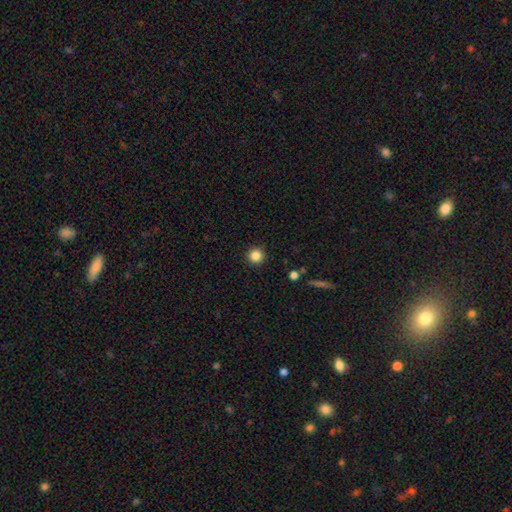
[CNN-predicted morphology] Smooth or featured?
  - smooth: 84% *
  - star or artifact: 11%
  - featured or disk: 4%
How rounded?
  - round: 96% *
  - in between: 3%
  - cigar-shaped: 1%
Merging?
  - none: 93% *
  - minor disturbance: 4%
  - major disturbance: 2%
  - merger: 1%